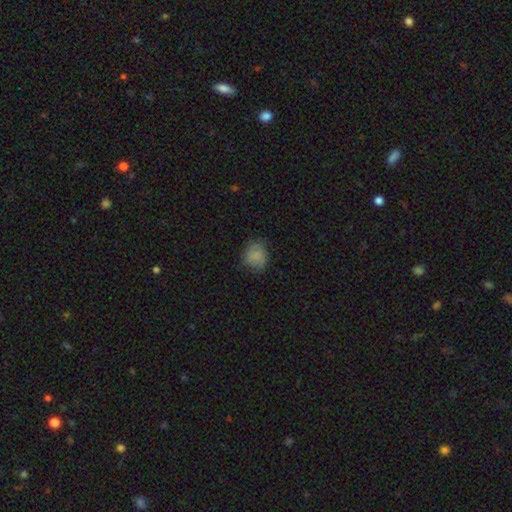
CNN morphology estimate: This is likely a smooth galaxy (80%). How rounded: likely round (69%). Merging: likely none (71%).